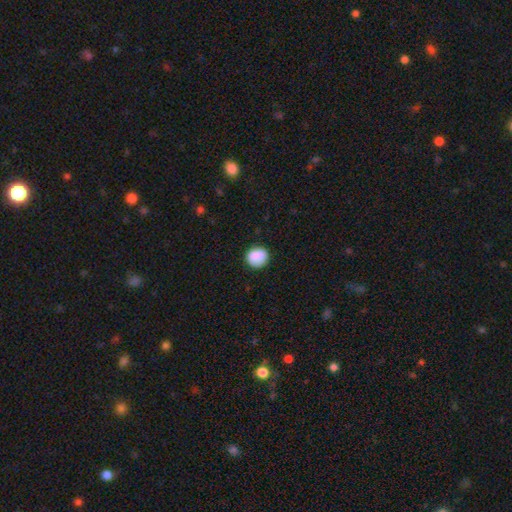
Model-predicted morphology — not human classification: Smooth or featured: smooth — 85% (star or artifact — 8%)
How rounded: round — 82% (in between — 17%)
Merging: none — 83% (minor disturbance — 13%)